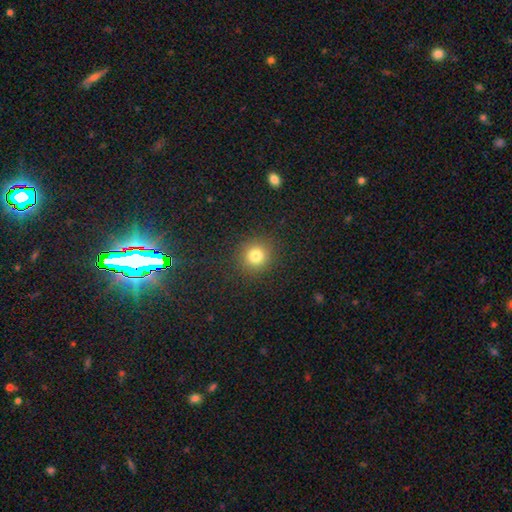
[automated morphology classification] Smooth or featured: smooth — 81% (star or artifact — 13%)
How rounded: round — 92% (in between — 7%)
Merging: none — 90% (minor disturbance — 6%)